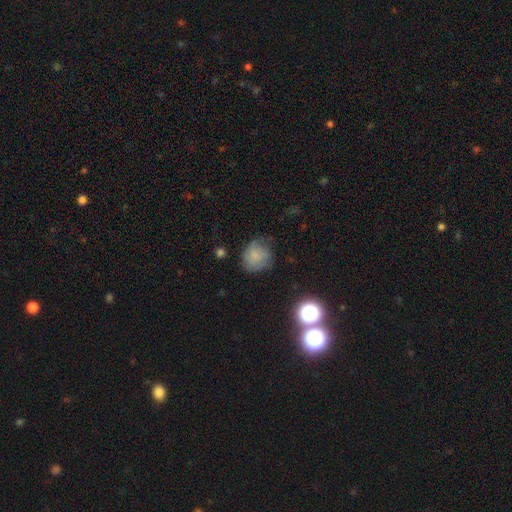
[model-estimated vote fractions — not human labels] smooth-or-featured: smooth: 67% | featured or disk: 22% | star or artifact: 11%
  how-rounded: round: 71% | in between: 28% | cigar-shaped: 1%
  merging: none: 53% | minor disturbance: 30% | major disturbance: 15% | merger: 2%